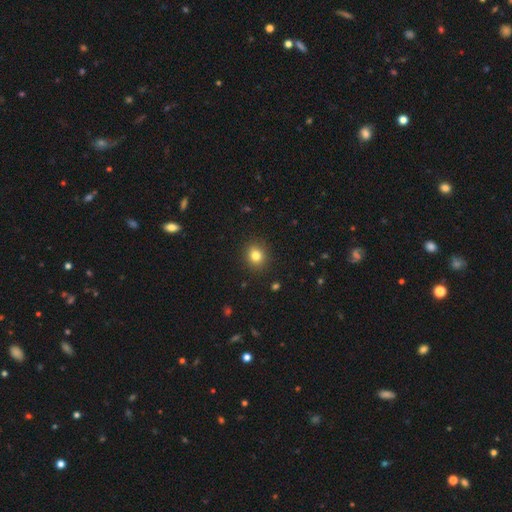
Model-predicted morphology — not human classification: Smooth or featured? Predicted: smooth (p=0.81). How rounded? Predicted: round (p=0.78). Merging? Predicted: none (p=0.90).